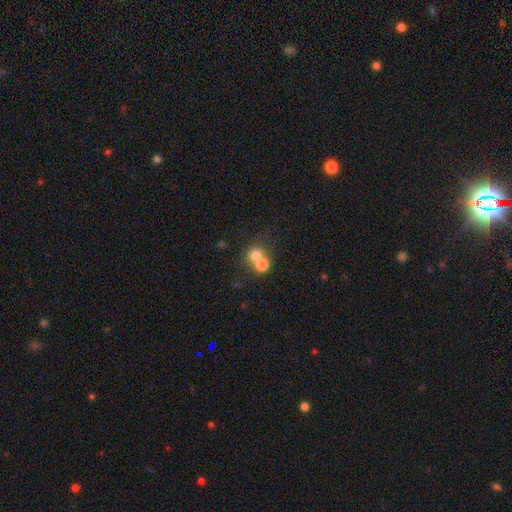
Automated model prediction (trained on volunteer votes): Smooth or featured: smooth — 73% (featured or disk — 15%)
How rounded: round — 80% (in between — 19%)
Merging: merger — 57% (none — 35%)